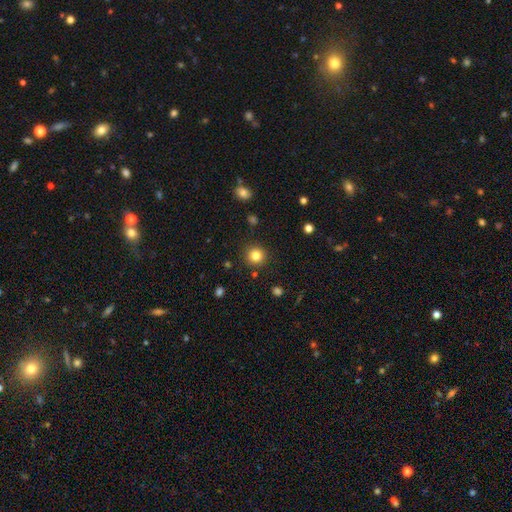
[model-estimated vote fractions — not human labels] Morphology: type=smooth (83%); roundness=round (94%); merging=none (90%).